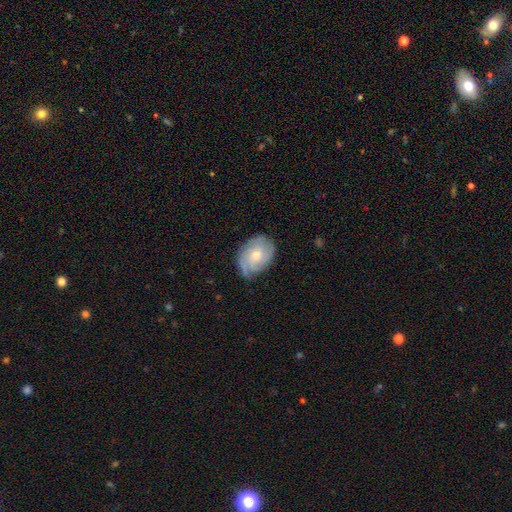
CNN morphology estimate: This is possibly a featured or disk galaxy (60%). It is clearly not viewed edge-on (97%). Bar: likely no (73%). Spiral arm pattern: clearly yes (88%). Spiral arm count: marginally can't tell (35%). Spiral winding: possibly tight (53%). Central bulge: possibly moderate (58%). Merging: likely none (66%).